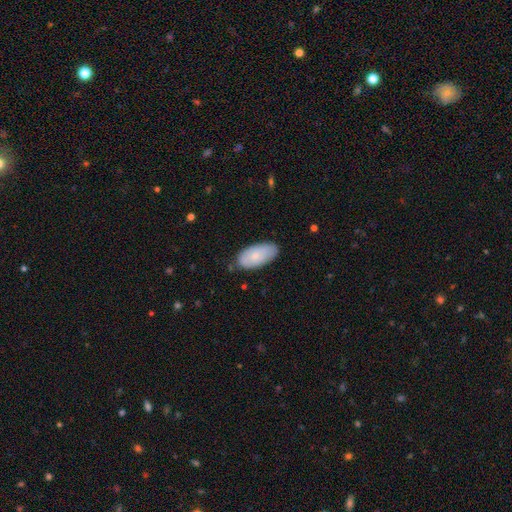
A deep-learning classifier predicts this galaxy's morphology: A smooth galaxy with no disk features (75%) that is in between round and cigar-shaped (94%).

Vote fractions:
- Smooth or featured? smooth: 75% / featured or disk: 20% / star or artifact: 6%
- How rounded? in between: 94% / cigar-shaped: 4% / round: 2%
- Merging? none: 78% / minor disturbance: 18% / major disturbance: 3% / merger: 1%